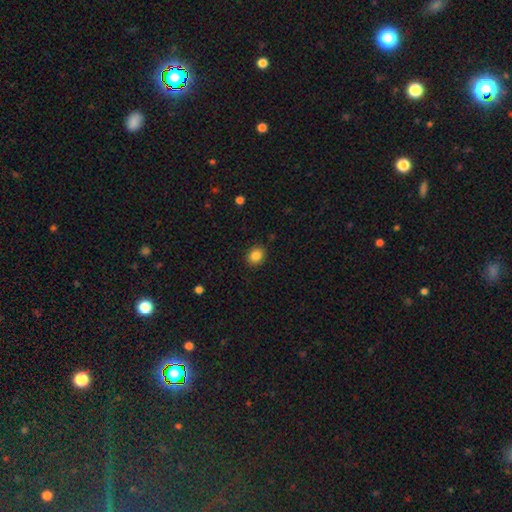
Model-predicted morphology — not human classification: smooth-or-featured: smooth: 86% | star or artifact: 10% | featured or disk: 5%
  how-rounded: round: 59% | in between: 40% | cigar-shaped: 1%
  merging: none: 88% | minor disturbance: 8% | major disturbance: 2% | merger: 1%